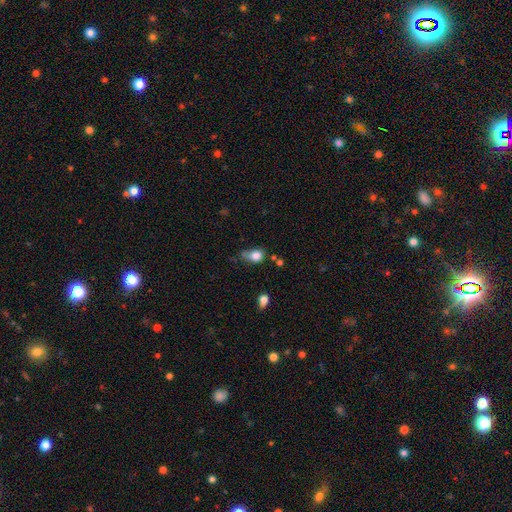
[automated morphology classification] Smooth or featured? Predicted: smooth (p=0.81). How rounded? Predicted: in between (p=0.56). Merging? Predicted: minor disturbance (p=0.39).